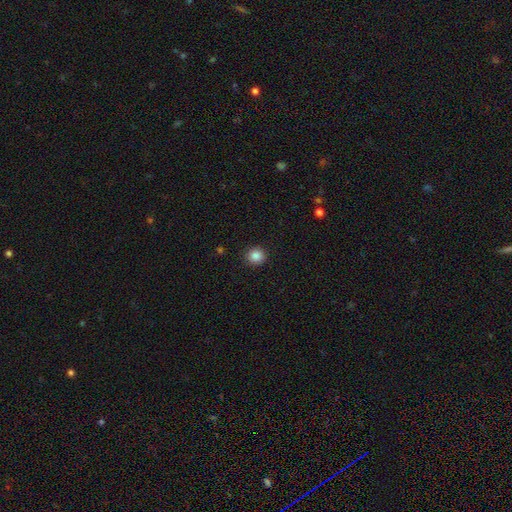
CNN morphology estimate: type=smooth (87%); roundness=round (88%); merging=none (91%).